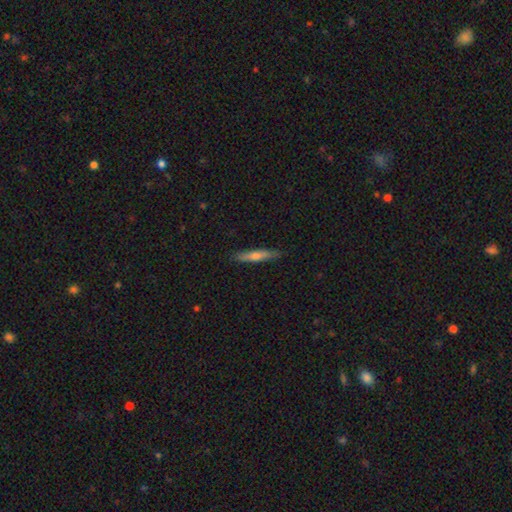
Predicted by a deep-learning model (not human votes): smooth-or-featured: smooth: 47% | featured or disk: 46% | star or artifact: 6%
  merging: none: 89% | minor disturbance: 8% | major disturbance: 1% | merger: 1%